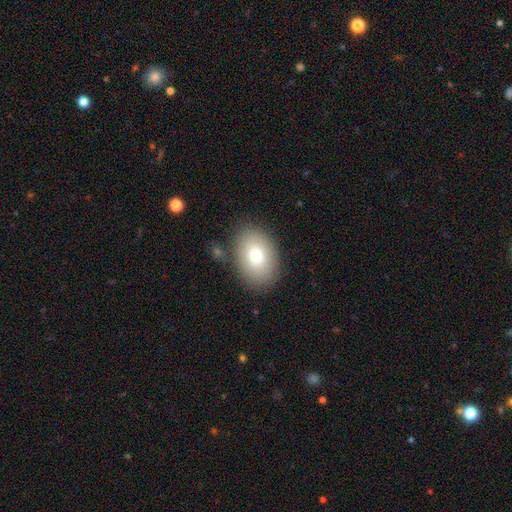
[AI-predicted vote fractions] Smooth or featured: smooth — 76% (featured or disk — 16%)
How rounded: in between — 84% (round — 15%)
Merging: none — 82% (minor disturbance — 12%)